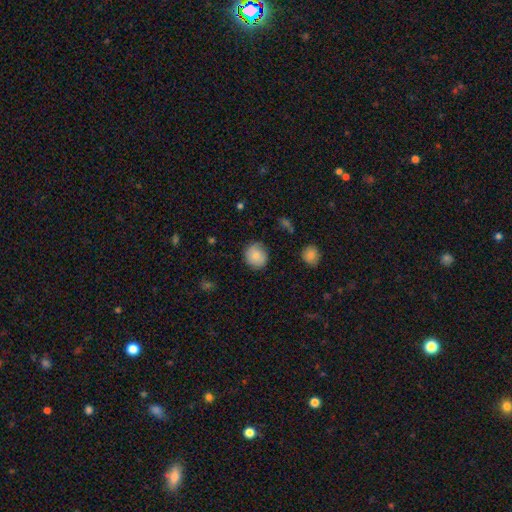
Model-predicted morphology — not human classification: smooth-or-featured: smooth: 80% | featured or disk: 12% | star or artifact: 8%
  how-rounded: round: 84% | in between: 15% | cigar-shaped: 1%
  merging: none: 81% | minor disturbance: 15% | major disturbance: 3% | merger: 1%